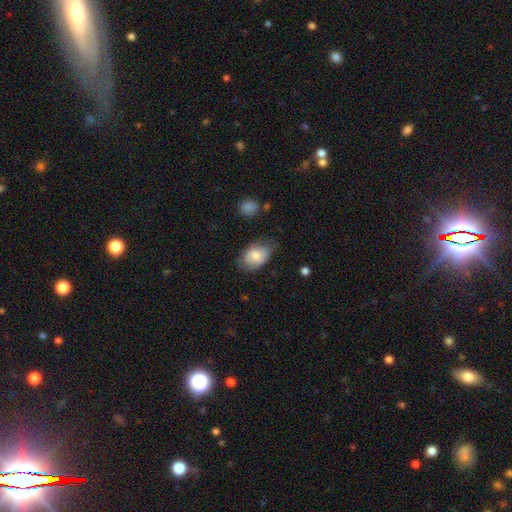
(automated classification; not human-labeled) smooth_or_featured: smooth (p=0.74) [alt: featured or disk p=0.19]
how_rounded: in between (p=0.81) [alt: round p=0.18]
merging: none (p=0.63) [alt: minor disturbance p=0.28]